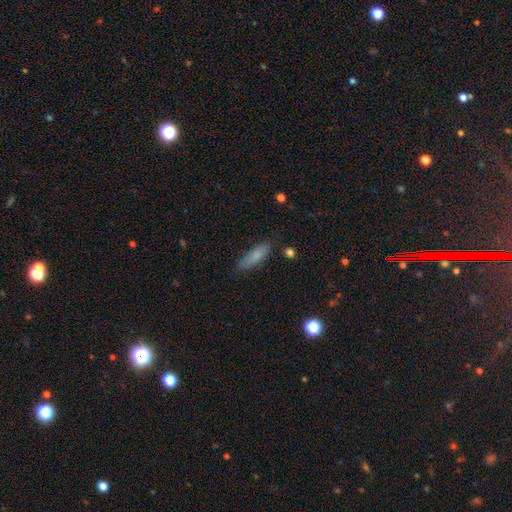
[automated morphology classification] A smooth galaxy with no disk features (80%) that is cigar-shaped (51%).

Vote fractions:
- Smooth or featured? smooth: 80% / featured or disk: 12% / star or artifact: 8%
- How rounded? cigar-shaped: 51% / in between: 47% / round: 2%
- Merging? none: 75% / minor disturbance: 19% / major disturbance: 4% / merger: 2%